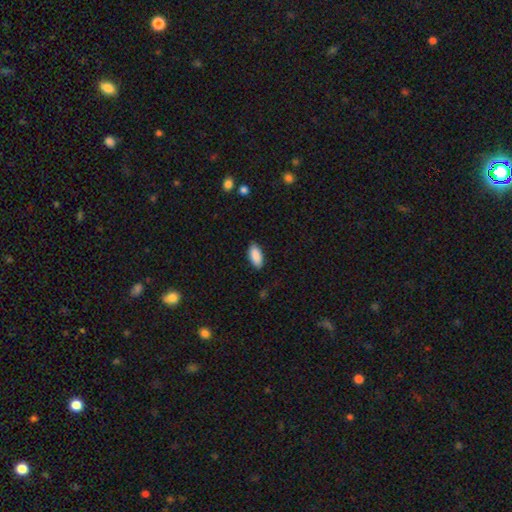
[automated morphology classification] Smooth or featured?
  - smooth: 90% *
  - star or artifact: 6%
  - featured or disk: 4%
How rounded?
  - in between: 90% *
  - cigar-shaped: 9%
  - round: 2%
Merging?
  - none: 87% *
  - minor disturbance: 10%
  - major disturbance: 2%
  - merger: 1%